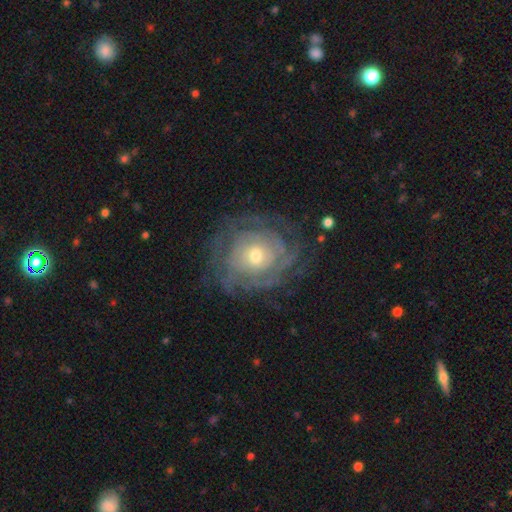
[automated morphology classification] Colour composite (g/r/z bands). It shows a featured or disk galaxy (82%) with no bar (74%), tight (77%) spiral arms (91%) and a moderate central bulge (50%). Merging: none (76%).